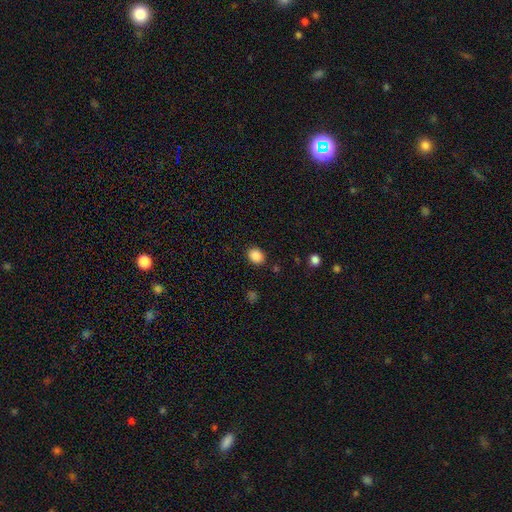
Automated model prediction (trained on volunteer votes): Overall: smooth (87%). How rounded: round (55%; in between 44%). Merging: none (87%).